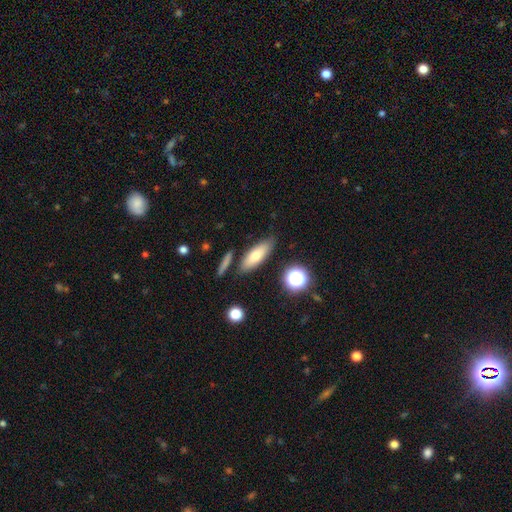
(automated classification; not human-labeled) Smooth or featured?
  - smooth: 70% *
  - featured or disk: 21%
  - star or artifact: 8%
How rounded?
  - in between: 59% *
  - cigar-shaped: 37%
  - round: 4%
Merging?
  - none: 80% *
  - minor disturbance: 12%
  - merger: 5%
  - major disturbance: 3%